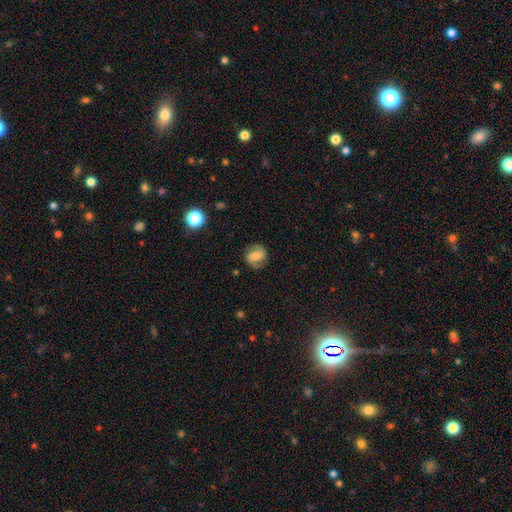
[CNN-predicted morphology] featured or disk 62%, smooth 30%, star or artifact 9%. Down the decision tree: edge-on disk — no (97%); bar — weak (42%); spiral arms — yes (91%); spiral arm count — 2 (89%); spiral winding — medium (47%); bulge size — moderate (43%); merging — none (80%).